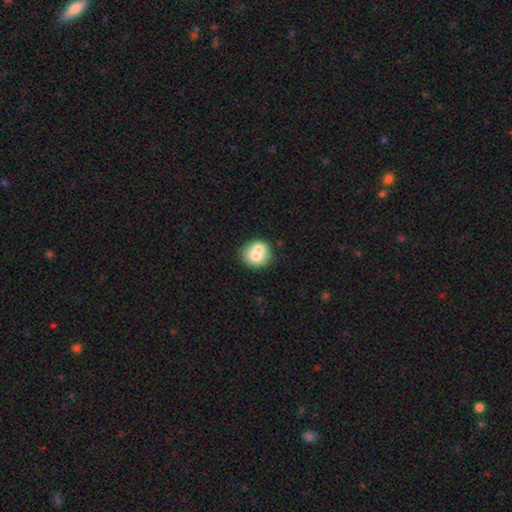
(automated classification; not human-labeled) A smooth galaxy with no disk features (68%) that is round (80%).

Vote fractions:
- Smooth or featured? smooth: 68% / featured or disk: 24% / star or artifact: 8%
- How rounded? round: 80% / in between: 19% / cigar-shaped: 1%
- Merging? merger: 49% / none: 40% / minor disturbance: 8% / major disturbance: 3%